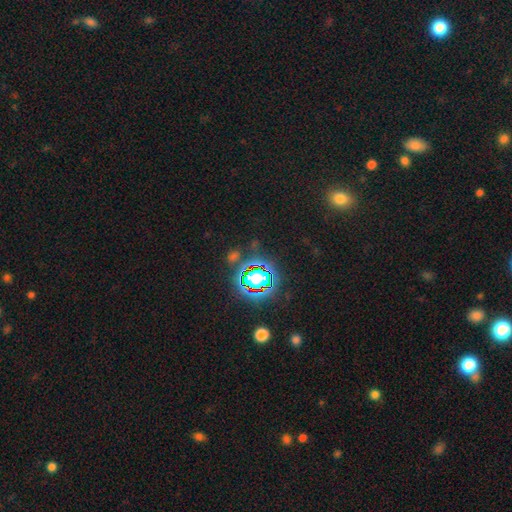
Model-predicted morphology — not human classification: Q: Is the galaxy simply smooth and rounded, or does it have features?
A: star or artifact — 77%.